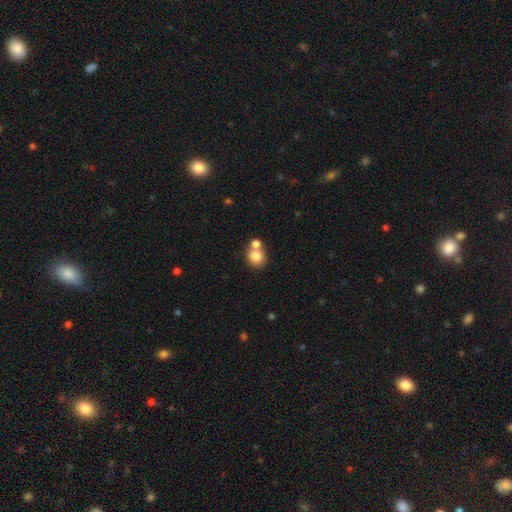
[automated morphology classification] type=smooth (80%); roundness=round (83%); merging=none (50%).